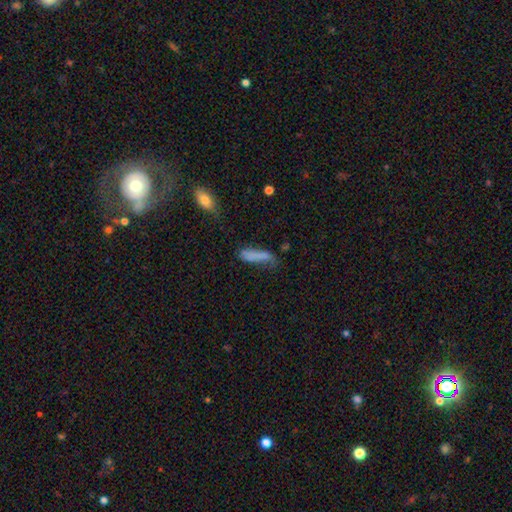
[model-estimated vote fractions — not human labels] smooth_or_featured: smooth (p=0.74) [alt: featured or disk p=0.16]
how_rounded: cigar-shaped (p=0.66) [alt: in between p=0.31]
merging: none (p=0.42) [alt: minor disturbance p=0.31]